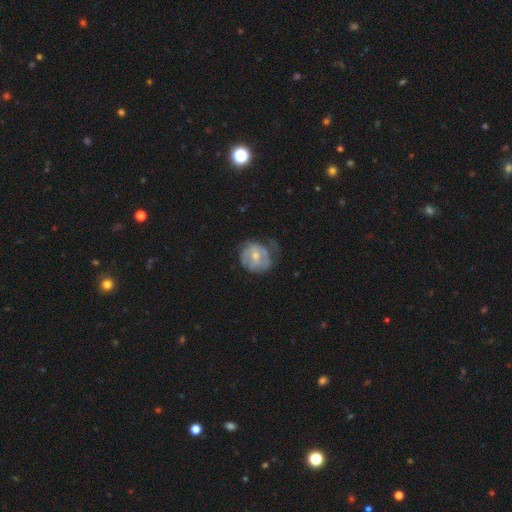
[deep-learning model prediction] featured or disk 54%, smooth 38%, star or artifact 7%. Down the decision tree: edge-on disk — no (97%); bar — no (69%); spiral arms — yes (54%); bulge size — moderate (51%); merging — none (45%).